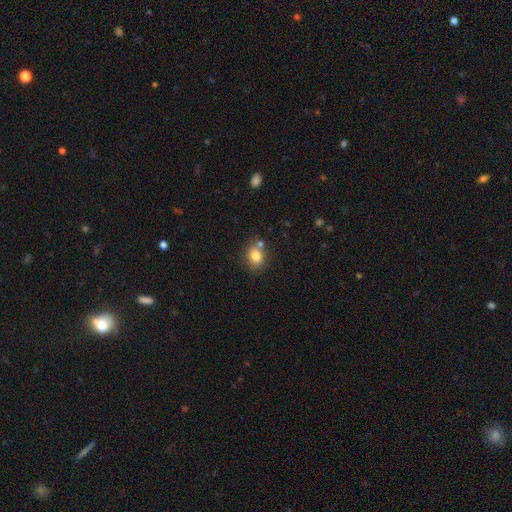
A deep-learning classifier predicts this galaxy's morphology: Overall: smooth (81%). How rounded: round (58%; in between 41%). Merging: none (68%).